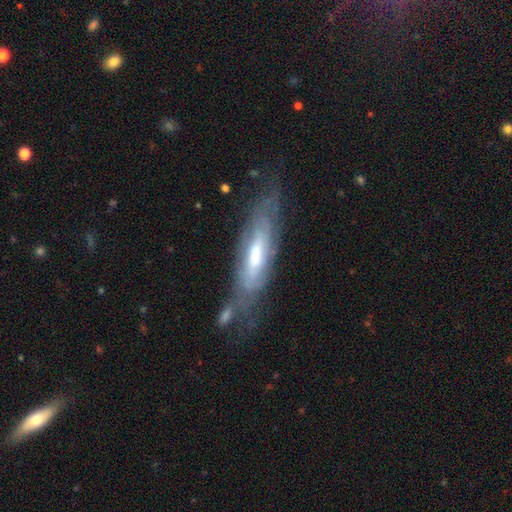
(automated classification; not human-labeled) Morphology: type=featured or disk (66%); edge-on=no (66%); merging=none (55%).